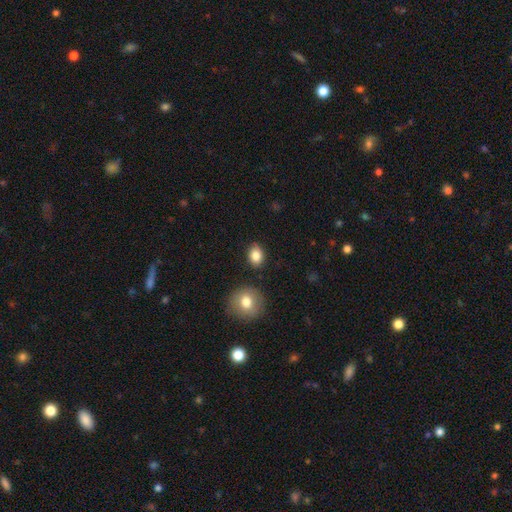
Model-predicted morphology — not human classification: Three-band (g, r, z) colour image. It shows a smooth galaxy with no disk features (83%) that is in between round and cigar-shaped (62%). Merging: none (85%).